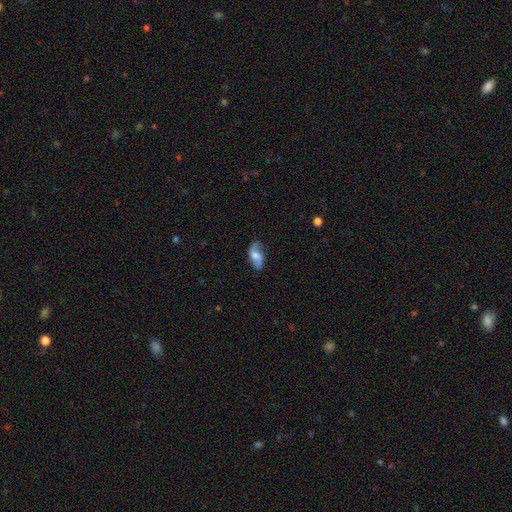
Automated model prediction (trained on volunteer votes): smooth_or_featured: featured or disk (p=0.53) [alt: smooth p=0.40]
disk_edge_on: no (p=0.92) [alt: yes p=0.08]
merging: none (p=0.68) [alt: minor disturbance p=0.23]